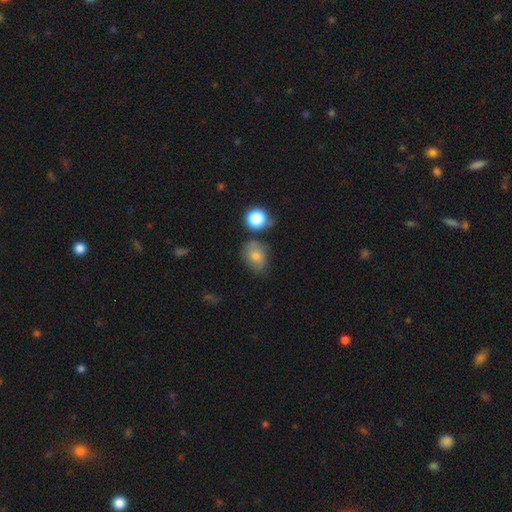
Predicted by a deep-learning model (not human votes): smooth-or-featured: smooth: 71% | featured or disk: 17% | star or artifact: 12%
  how-rounded: in between: 58% | round: 41% | cigar-shaped: 1%
  merging: none: 59% | minor disturbance: 26% | merger: 8% | major disturbance: 7%